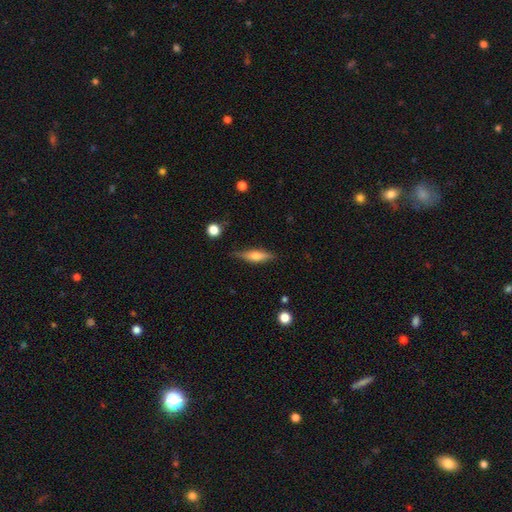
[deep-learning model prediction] A featured or disk galaxy (50%).

Vote fractions:
- Smooth or featured? featured or disk: 50% / smooth: 44% / star or artifact: 7%
- Merging? none: 80% / minor disturbance: 14% / major disturbance: 3% / merger: 2%